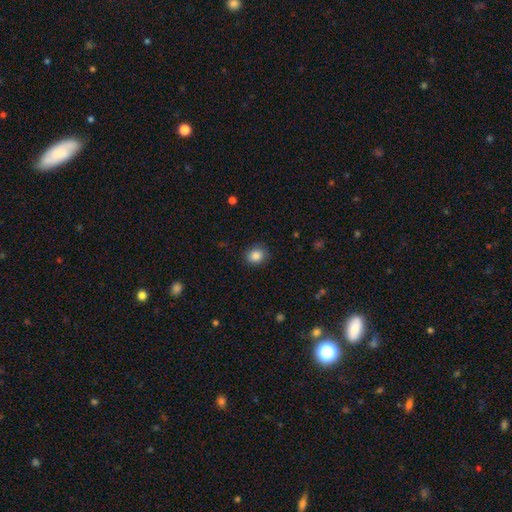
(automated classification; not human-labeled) Morphology: type=smooth (87%); roundness=round (67%); merging=none (85%).